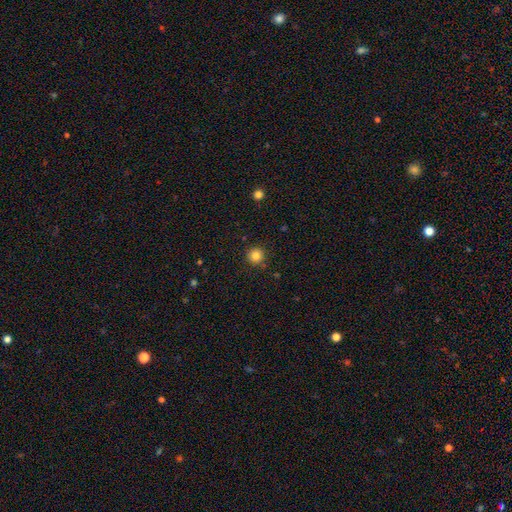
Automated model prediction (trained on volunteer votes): A smooth galaxy with no disk features (83%) that is round (95%).

Vote fractions:
- Smooth or featured? smooth: 83% / star or artifact: 12% / featured or disk: 5%
- How rounded? round: 95% / in between: 4% / cigar-shaped: 1%
- Merging? none: 90% / minor disturbance: 7% / major disturbance: 2% / merger: 2%